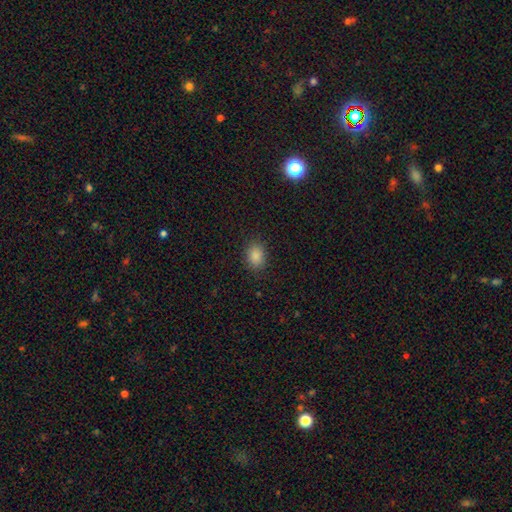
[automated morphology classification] A smooth galaxy with no disk features (87%) that is in between round and cigar-shaped (71%). Merging: none (87%).